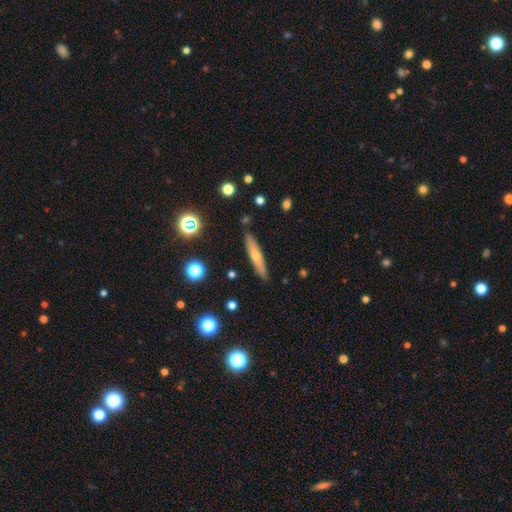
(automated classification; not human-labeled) Overall: smooth (46%, tied with featured or disk). Merging: none (88%).